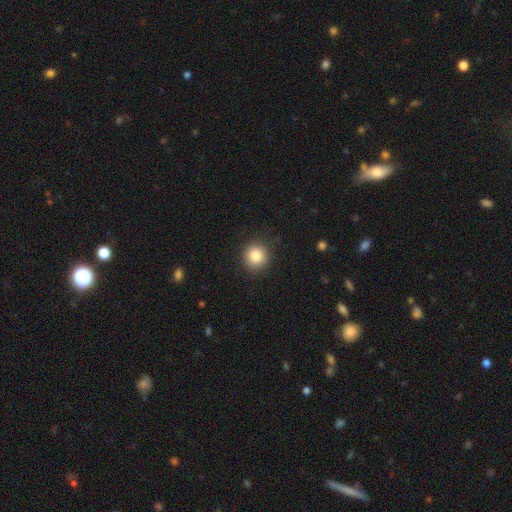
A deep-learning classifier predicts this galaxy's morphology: smooth-or-featured: smooth: 84% | star or artifact: 10% | featured or disk: 6%
  how-rounded: round: 92% | in between: 7% | cigar-shaped: 1%
  merging: none: 90% | minor disturbance: 7% | major disturbance: 2% | merger: 1%